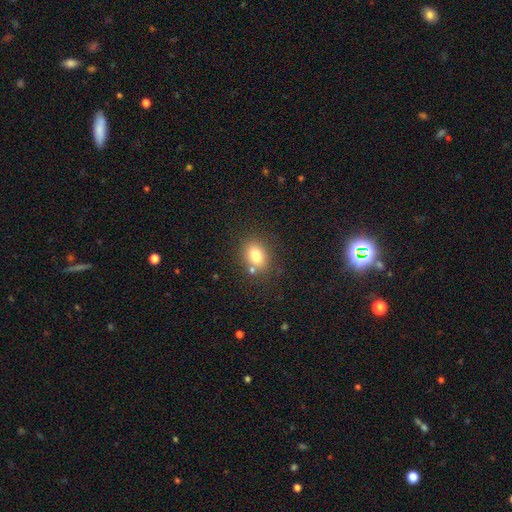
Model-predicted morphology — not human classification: smooth_or_featured: smooth (p=0.79) [alt: star or artifact p=0.11]
how_rounded: in between (p=0.55) [alt: round p=0.44]
merging: none (p=0.75) [alt: minor disturbance p=0.12]